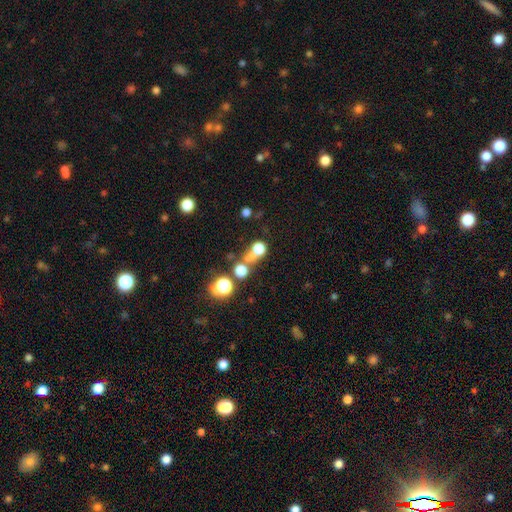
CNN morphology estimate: Smooth or featured? Predicted: smooth (p=0.55). How rounded? Predicted: round (p=0.77). Merging? Predicted: none (p=0.46).